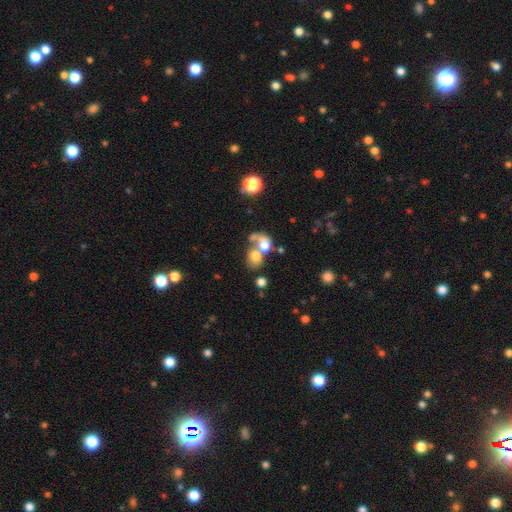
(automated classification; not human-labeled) A smooth galaxy with no disk features (65%) that is in between round and cigar-shaped (51%). Merging: merger (62%).